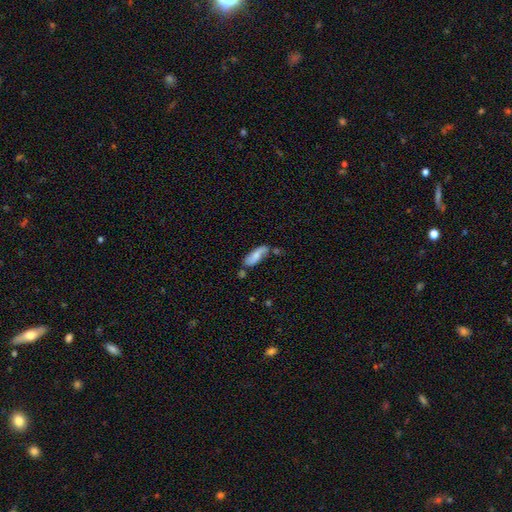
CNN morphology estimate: A smooth galaxy with no disk features (65%) that is in between round and cigar-shaped (63%). Merging: none (55%).